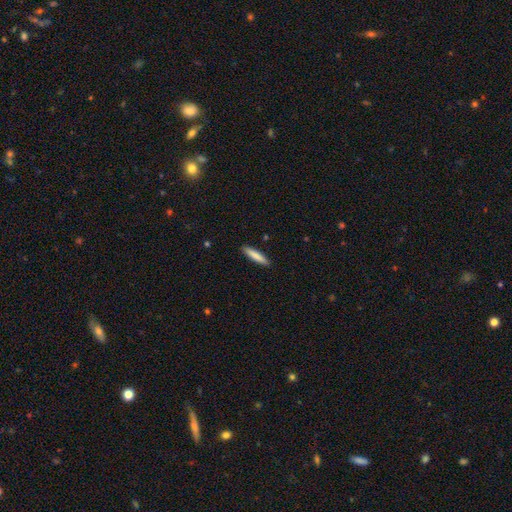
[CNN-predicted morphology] type=smooth (83%); roundness=cigar-shaped (88%); merging=none (91%).